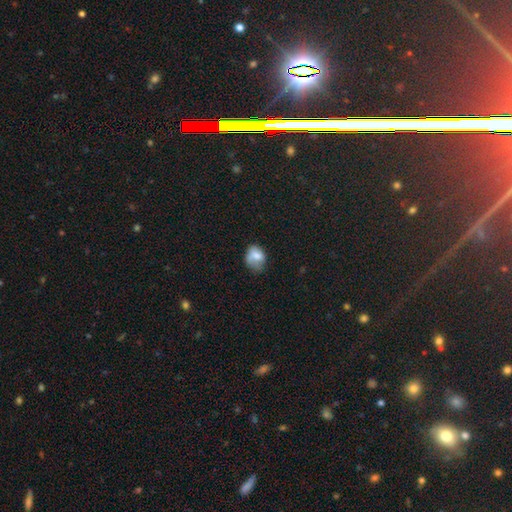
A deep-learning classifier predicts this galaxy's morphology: Overall: smooth (72%). How rounded: in between (56%; round 43%). Merging: none (38%; minor disturbance 36%).